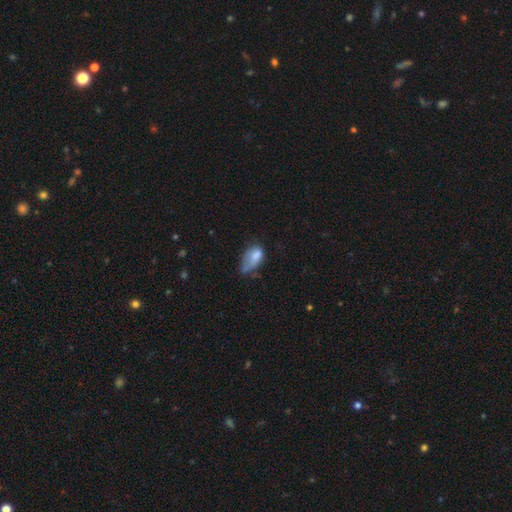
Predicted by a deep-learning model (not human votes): Smooth or featured?
  - smooth: 72% *
  - featured or disk: 19%
  - star or artifact: 9%
How rounded?
  - in between: 90% *
  - round: 7%
  - cigar-shaped: 3%
Merging?
  - minor disturbance: 37% *
  - major disturbance: 35%
  - none: 22%
  - merger: 6%